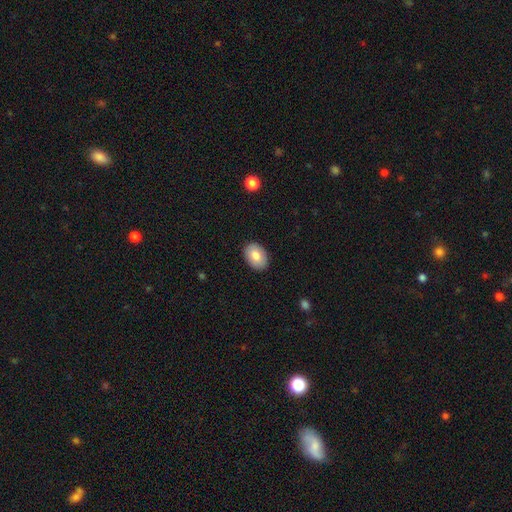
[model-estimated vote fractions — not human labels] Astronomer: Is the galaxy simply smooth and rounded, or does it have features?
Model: smooth — 81%.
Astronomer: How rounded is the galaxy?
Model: in between — 81%.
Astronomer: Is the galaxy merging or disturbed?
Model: none — 89%.